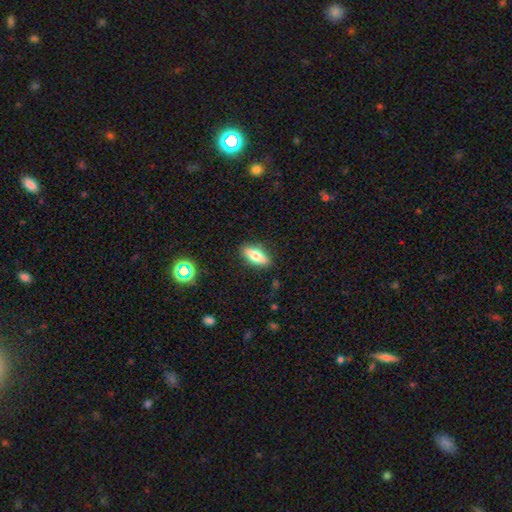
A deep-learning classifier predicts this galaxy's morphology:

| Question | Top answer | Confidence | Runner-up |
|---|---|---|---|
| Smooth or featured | smooth | 62% | featured or disk (30%) |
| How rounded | in between | 61% | cigar-shaped (35%) |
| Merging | none | 87% | minor disturbance (9%) |